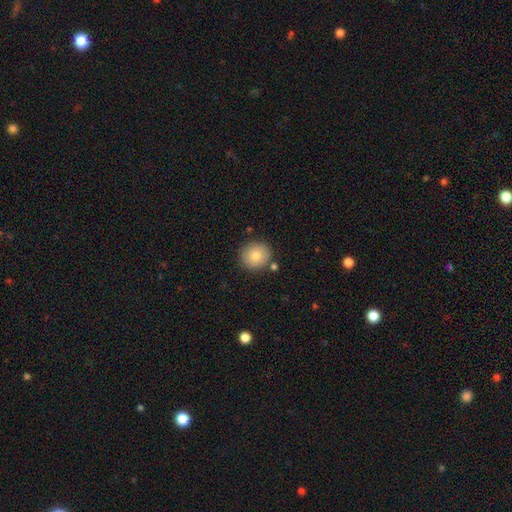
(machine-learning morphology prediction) Overall: smooth (83%). How rounded: round (90%). Merging: none (84%).